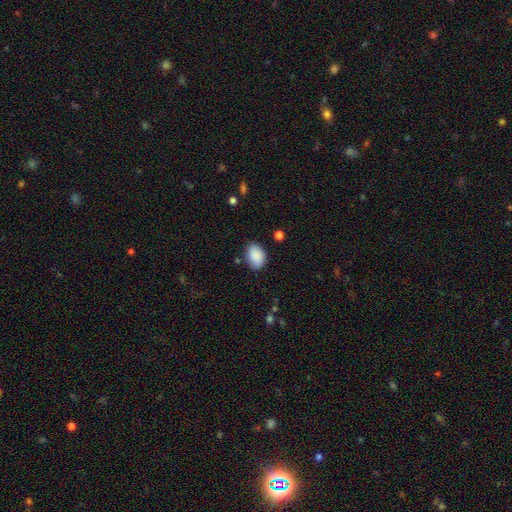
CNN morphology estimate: This appears to be a smooth galaxy with no disk features (89%) that is in between round and cigar-shaped (80%). Merging: none (80%).